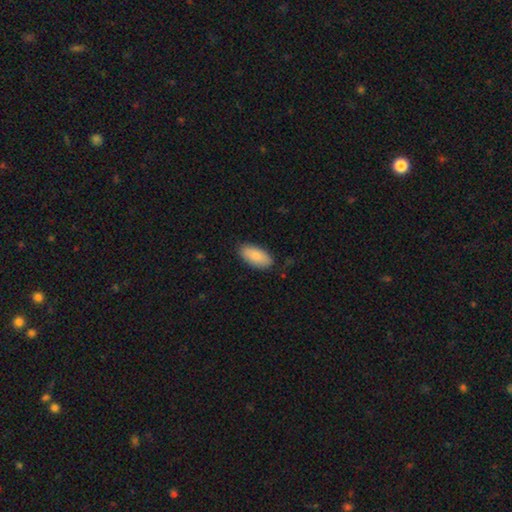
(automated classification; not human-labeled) Q: Smooth or featured?
A: smooth (85%); runner-up: featured or disk (9%)
Q: How rounded?
A: in between (92%); runner-up: cigar-shaped (6%)
Q: Merging?
A: none (84%); runner-up: minor disturbance (12%)